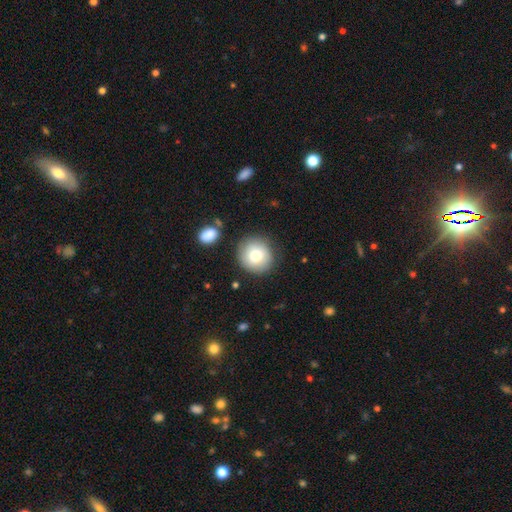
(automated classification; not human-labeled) A smooth galaxy with no disk features (77%) that is round (91%). Merging: none (84%).